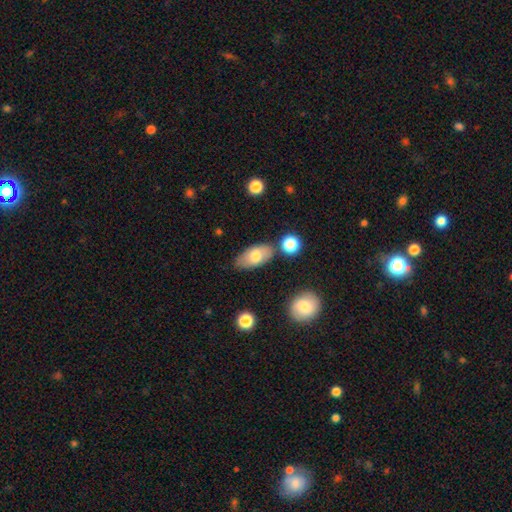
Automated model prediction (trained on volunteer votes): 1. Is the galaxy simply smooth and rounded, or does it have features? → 70% smooth, 23% featured or disk, 7% star or artifact.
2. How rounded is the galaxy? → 91% in between, 5% cigar-shaped, 4% round.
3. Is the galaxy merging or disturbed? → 73% none, 16% minor disturbance, 7% merger, 4% major disturbance.